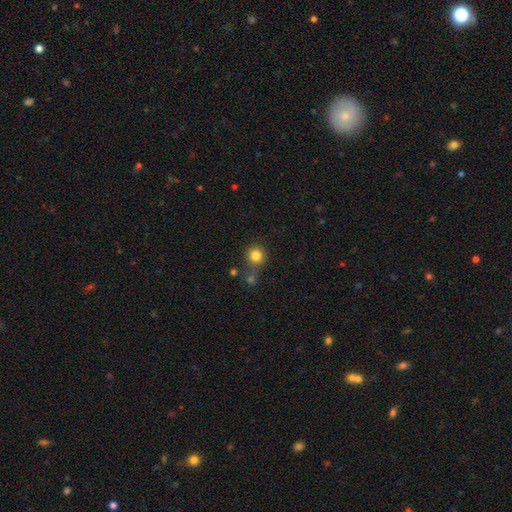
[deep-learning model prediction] Smooth or featured?
  - smooth: 82% *
  - star or artifact: 12%
  - featured or disk: 6%
How rounded?
  - round: 93% *
  - in between: 6%
  - cigar-shaped: 1%
Merging?
  - none: 73% *
  - merger: 13%
  - minor disturbance: 10%
  - major disturbance: 4%